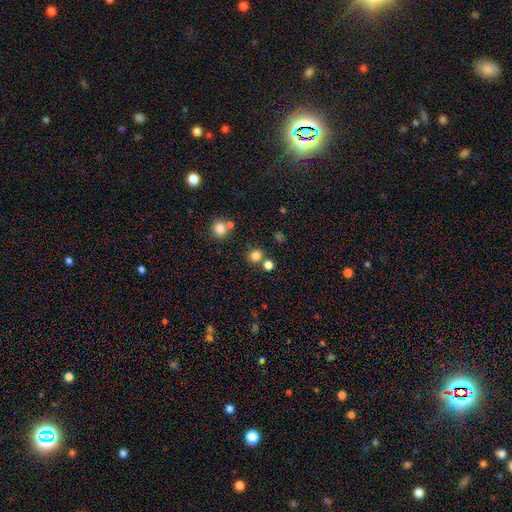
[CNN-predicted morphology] Smooth or featured?
  - smooth: 79% *
  - star or artifact: 16%
  - featured or disk: 6%
How rounded?
  - round: 89% *
  - in between: 10%
  - cigar-shaped: 1%
Merging?
  - none: 74% *
  - merger: 14%
  - minor disturbance: 8%
  - major disturbance: 3%